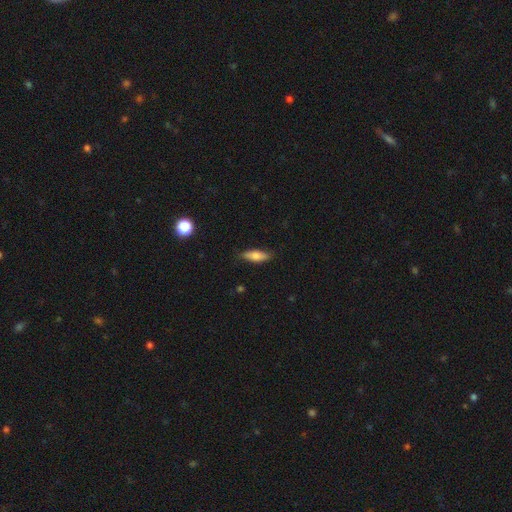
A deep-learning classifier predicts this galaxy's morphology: Smooth or featured?
  - smooth: 73% *
  - featured or disk: 20%
  - star or artifact: 7%
How rounded?
  - in between: 57% *
  - cigar-shaped: 41%
  - round: 2%
Merging?
  - none: 81% *
  - minor disturbance: 15%
  - major disturbance: 3%
  - merger: 1%